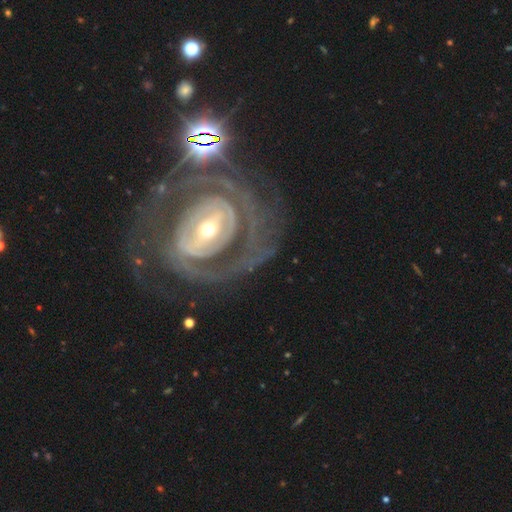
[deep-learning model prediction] This appears to be a featured or disk galaxy (84%) with no bar (37%), tight (69%) spiral arms (79%) and a small central bulge (52%). Merging: none (62%).